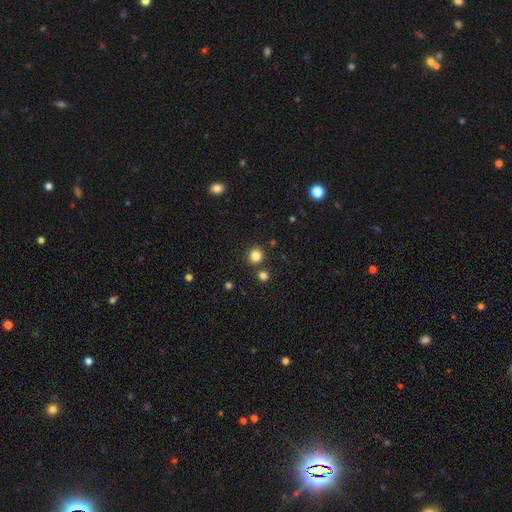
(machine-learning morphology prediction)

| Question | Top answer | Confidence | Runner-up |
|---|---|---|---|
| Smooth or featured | smooth | 83% | star or artifact (13%) |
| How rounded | round | 91% | in between (8%) |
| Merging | none | 85% | merger (7%) |